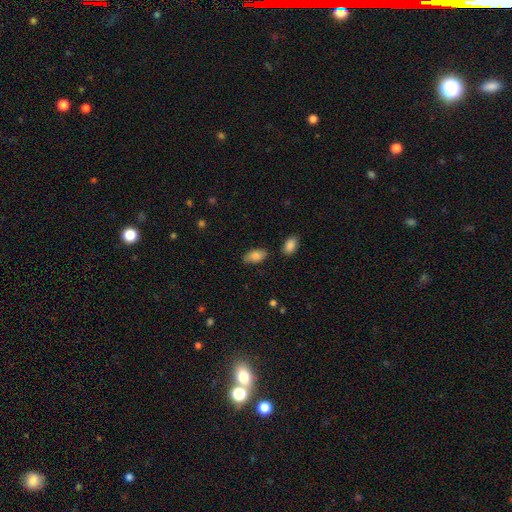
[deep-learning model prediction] A smooth galaxy with no disk features (81%) that is in between round and cigar-shaped (92%).

Vote fractions:
- Smooth or featured? smooth: 81% / featured or disk: 12% / star or artifact: 7%
- How rounded? in between: 92% / cigar-shaped: 4% / round: 4%
- Merging? none: 80% / minor disturbance: 14% / merger: 3% / major disturbance: 3%